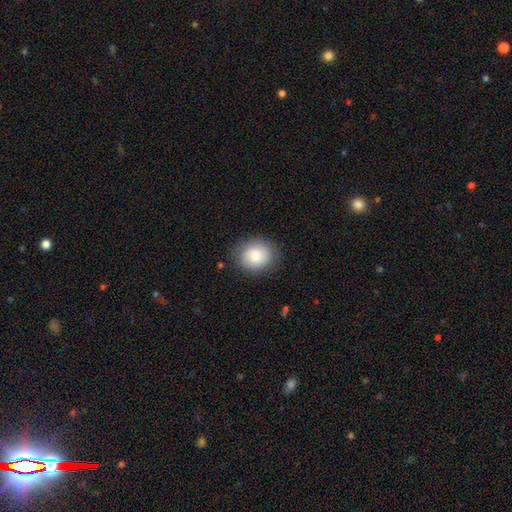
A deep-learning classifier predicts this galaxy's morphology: The model was most divided on "how rounded": round: 64%, in between: 35%, cigar-shaped: 1%. More confident: merging — none (83%); smooth or featured — smooth (82%).